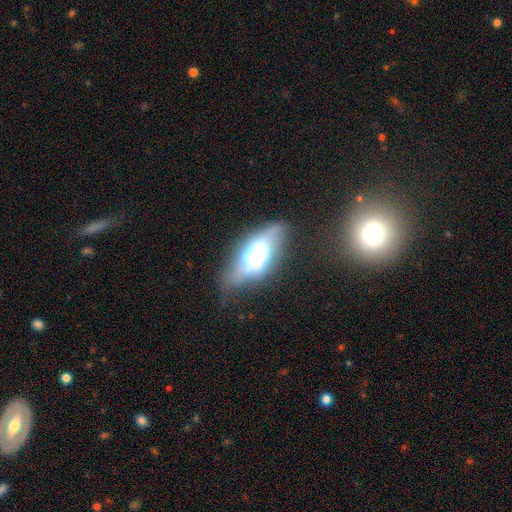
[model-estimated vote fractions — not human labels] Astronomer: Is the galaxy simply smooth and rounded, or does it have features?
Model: featured or disk — 53% (runner-up: smooth, 38%).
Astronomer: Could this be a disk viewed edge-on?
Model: yes — 65%.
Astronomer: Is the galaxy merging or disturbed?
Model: none — 57%.